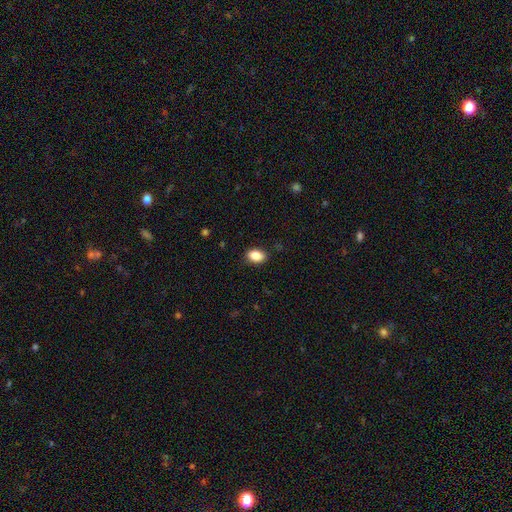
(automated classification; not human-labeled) Smooth or featured? smooth (87%)
How rounded? in between (85%)
Merging? none (86%)